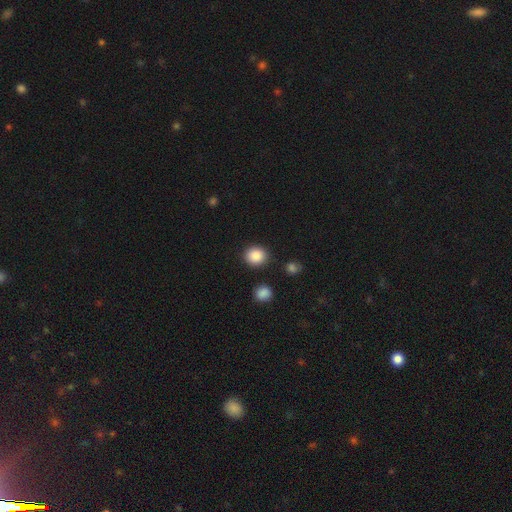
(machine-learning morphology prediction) Q: Smooth or featured?
A: smooth (87%); runner-up: star or artifact (9%)
Q: How rounded?
A: round (78%); runner-up: in between (21%)
Q: Merging?
A: none (87%); runner-up: minor disturbance (7%)